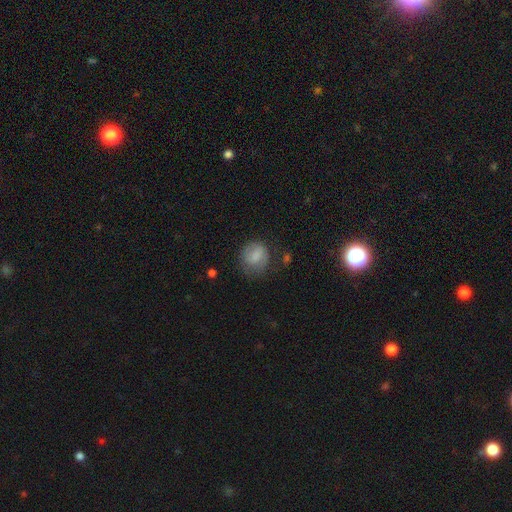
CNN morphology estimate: Smooth or featured: smooth — 69% (featured or disk — 23%)
How rounded: round — 76% (in between — 23%)
Merging: none — 64% (minor disturbance — 22%)